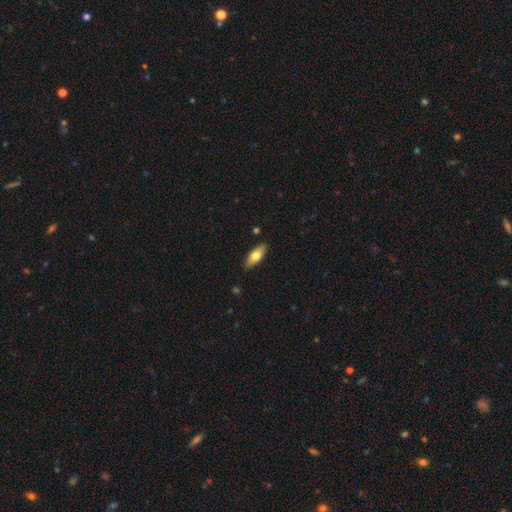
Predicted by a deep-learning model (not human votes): Overall: smooth (66%; featured or disk 28%). How rounded: in between (72%). Merging: none (87%).